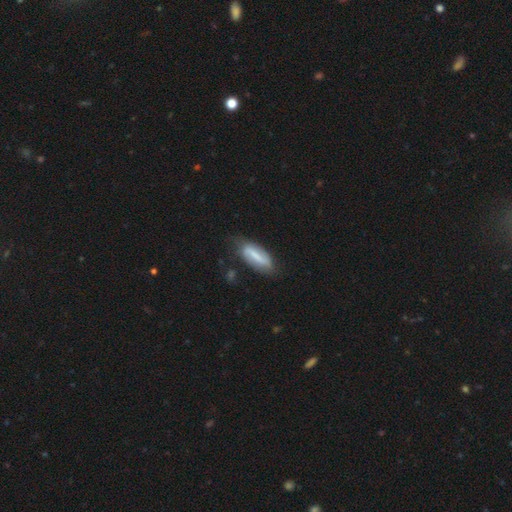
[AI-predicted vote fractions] This is possibly a smooth galaxy (52%). How rounded: likely in between (64%). Merging: likely none (68%).